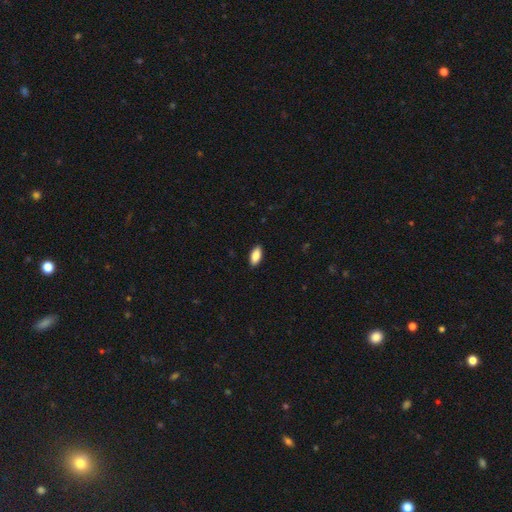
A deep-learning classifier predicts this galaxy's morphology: smooth-or-featured: smooth: 89% | star or artifact: 6% | featured or disk: 5%
  how-rounded: in between: 90% | cigar-shaped: 8% | round: 2%
  merging: none: 90% | minor disturbance: 8% | major disturbance: 2% | merger: 1%